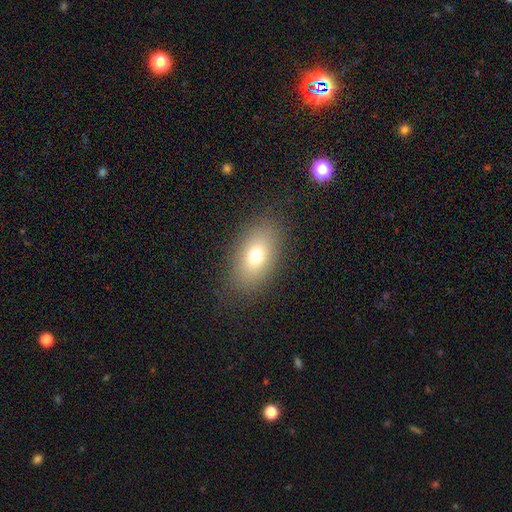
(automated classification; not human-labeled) Smooth or featured?
  - smooth: 71% *
  - featured or disk: 16%
  - star or artifact: 13%
How rounded?
  - in between: 84% *
  - round: 13%
  - cigar-shaped: 3%
Merging?
  - none: 84% *
  - minor disturbance: 10%
  - major disturbance: 5%
  - merger: 1%